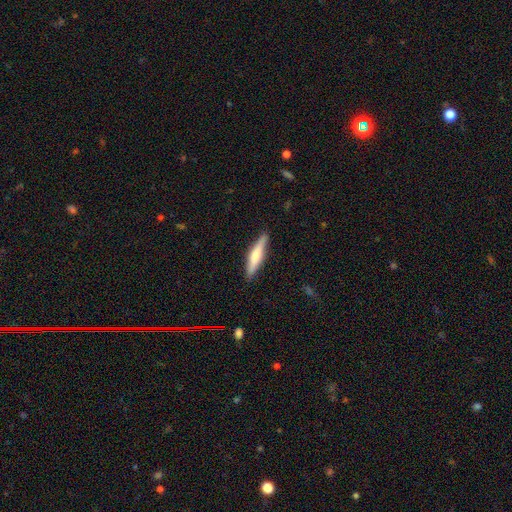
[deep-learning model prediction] smooth_or_featured: smooth (p=0.53) [alt: featured or disk p=0.41]
how_rounded: cigar-shaped (p=0.86) [alt: in between p=0.12]
merging: none (p=0.88) [alt: minor disturbance p=0.09]